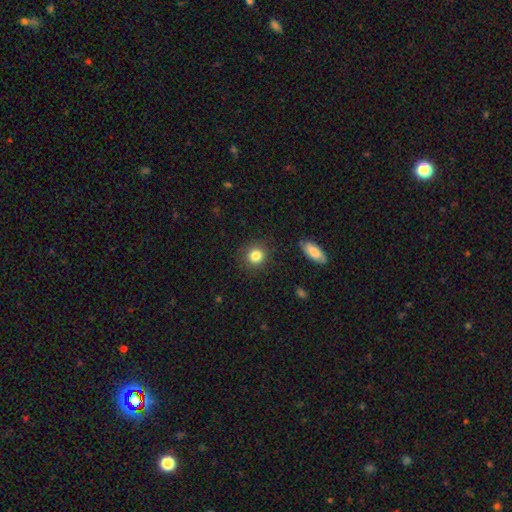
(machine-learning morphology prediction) The model was most divided on "smooth or featured": smooth: 84%, star or artifact: 10%, featured or disk: 6%. More confident: how rounded — round (87%); merging — none (87%).